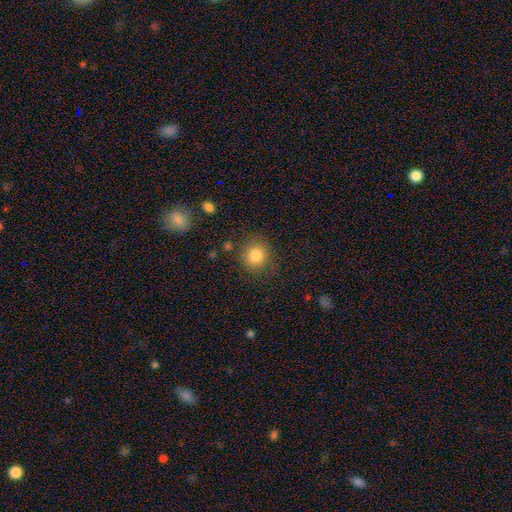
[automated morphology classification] Q: Smooth or featured?
A: smooth (83%); runner-up: star or artifact (10%)
Q: How rounded?
A: round (86%); runner-up: in between (13%)
Q: Merging?
A: none (83%); runner-up: minor disturbance (10%)